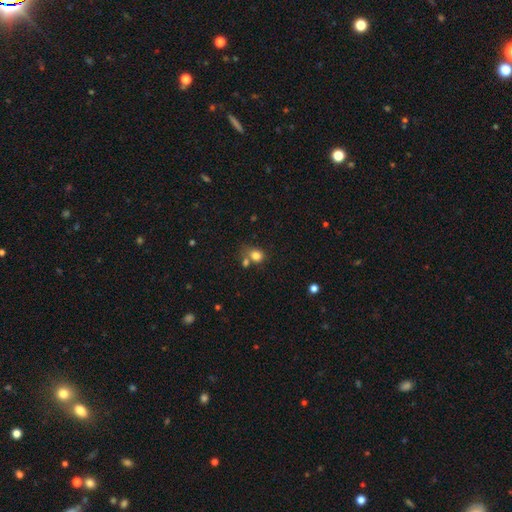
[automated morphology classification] type=smooth (80%); roundness=round (59%); merging=none (51%).